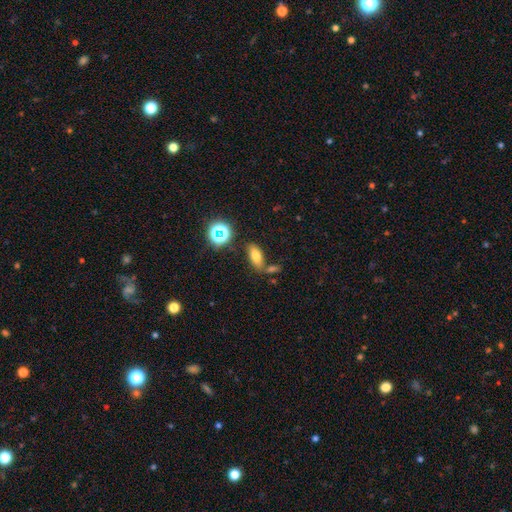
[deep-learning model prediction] smooth_or_featured: smooth (p=0.70) [alt: star or artifact p=0.16]
how_rounded: in between (p=0.83) [alt: cigar-shaped p=0.09]
merging: none (p=0.65) [alt: merger p=0.16]